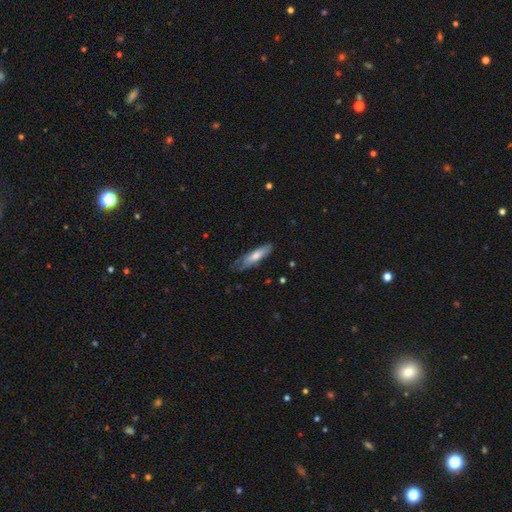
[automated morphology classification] This is likely a smooth galaxy (64%). How rounded: likely cigar-shaped (64%). Merging: likely none (61%).